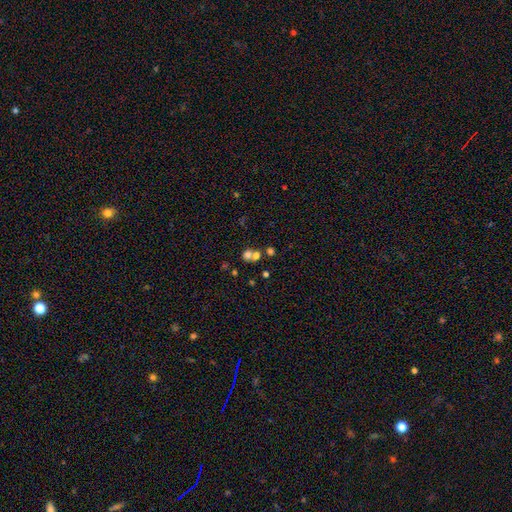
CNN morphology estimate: Overall: smooth (65%). How rounded: round (76%). Merging: merger (52%; none 38%).